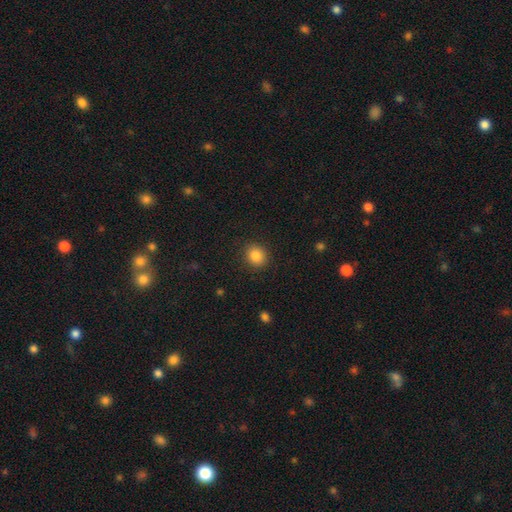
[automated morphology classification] This is clearly a smooth galaxy (85%). How rounded: likely round (75%). Merging: clearly none (89%).